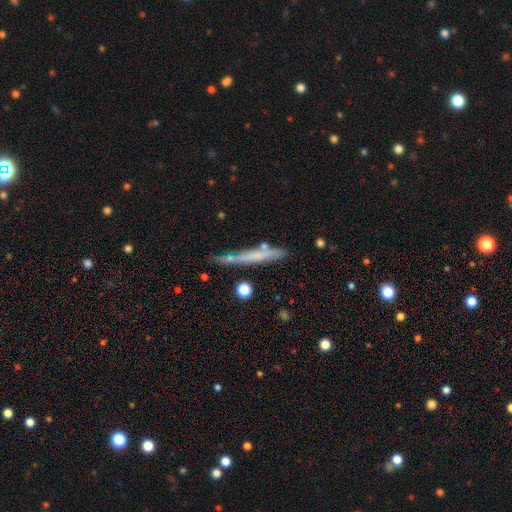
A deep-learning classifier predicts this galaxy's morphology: This is possibly a smooth galaxy (51%). How rounded: clearly cigar-shaped (94%). Merging: likely none (72%).